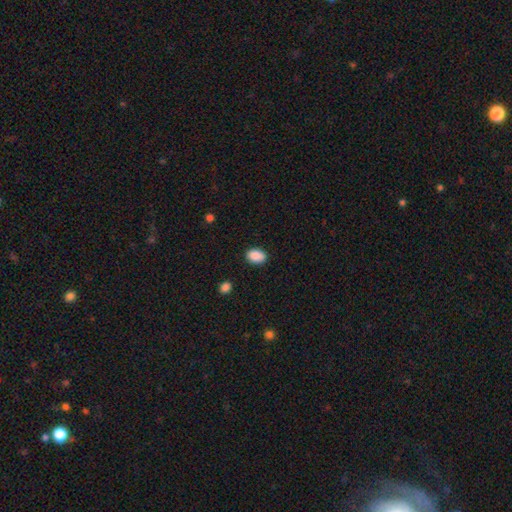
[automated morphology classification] type=smooth (90%); roundness=in between (84%); merging=none (86%).